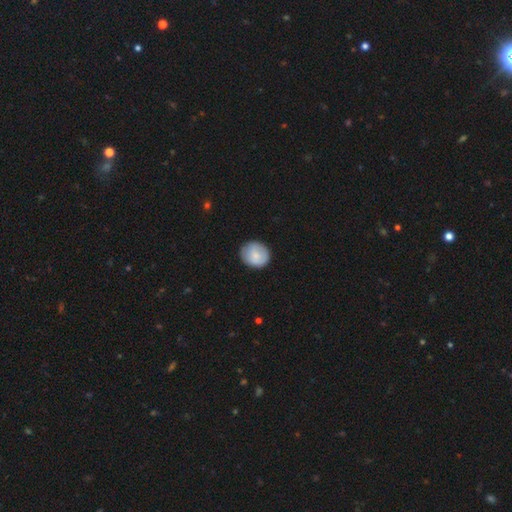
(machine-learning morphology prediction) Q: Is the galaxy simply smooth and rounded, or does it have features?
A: smooth — 80%.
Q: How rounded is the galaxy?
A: round — 79%.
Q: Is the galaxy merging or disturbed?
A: none — 83%.